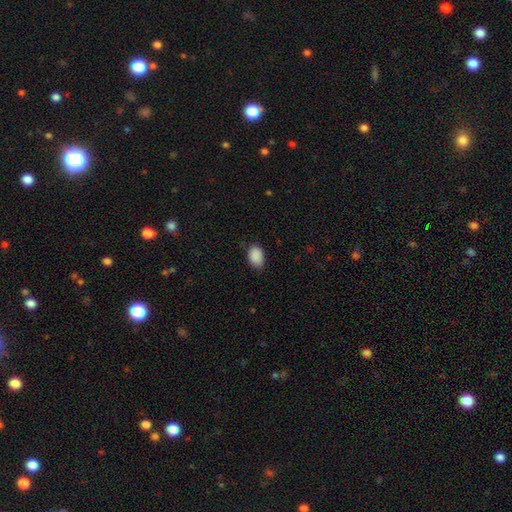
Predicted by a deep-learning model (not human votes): This is clearly a smooth galaxy (90%). How rounded: clearly in between (86%). Merging: likely none (77%).